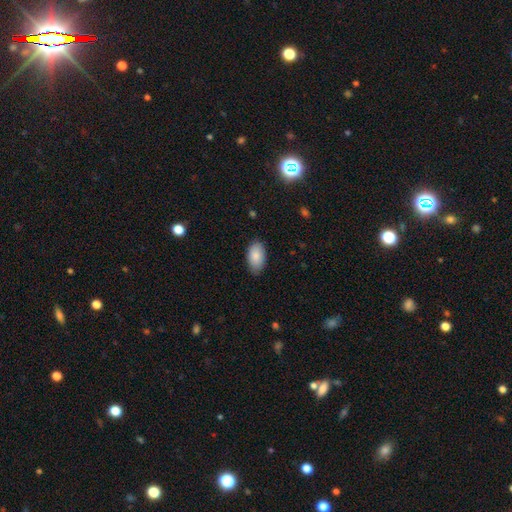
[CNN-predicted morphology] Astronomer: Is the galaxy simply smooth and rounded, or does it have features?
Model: smooth — 86%.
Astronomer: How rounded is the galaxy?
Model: in between — 95%.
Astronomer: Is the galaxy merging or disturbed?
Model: none — 81%.